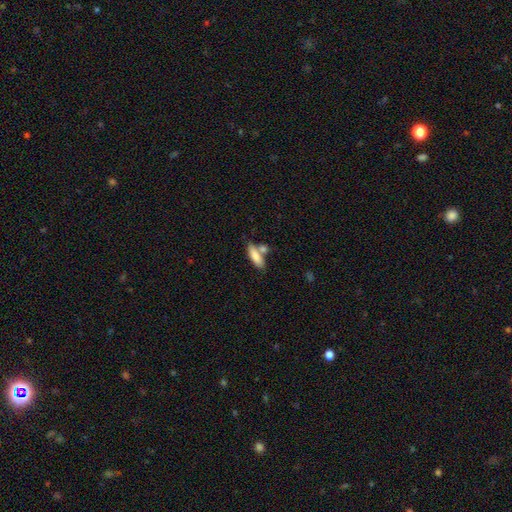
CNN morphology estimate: smooth-or-featured: smooth: 81% | featured or disk: 13% | star or artifact: 6%
  how-rounded: in between: 57% | cigar-shaped: 41% | round: 2%
  merging: none: 53% | merger: 31% | minor disturbance: 12% | major disturbance: 4%